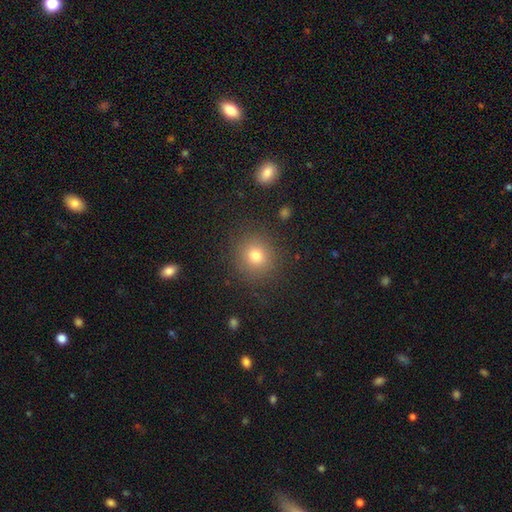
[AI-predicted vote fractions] smooth 76%, star or artifact 15%, featured or disk 9%. Down the decision tree: how rounded — round (90%); merging — none (88%).